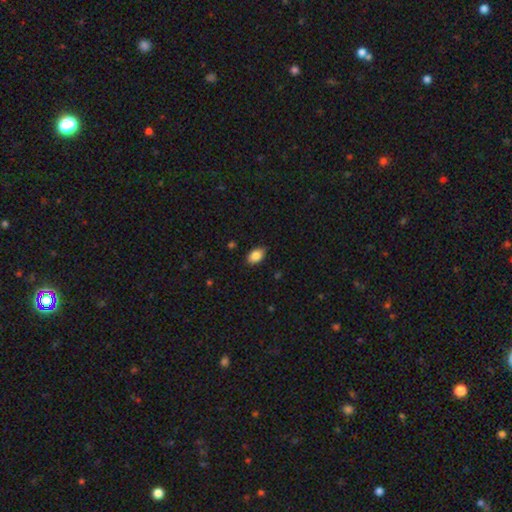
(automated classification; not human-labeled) smooth-or-featured: smooth: 86% | star or artifact: 8% | featured or disk: 6%
  how-rounded: in between: 89% | round: 10% | cigar-shaped: 1%
  merging: none: 86% | minor disturbance: 11% | major disturbance: 2% | merger: 1%